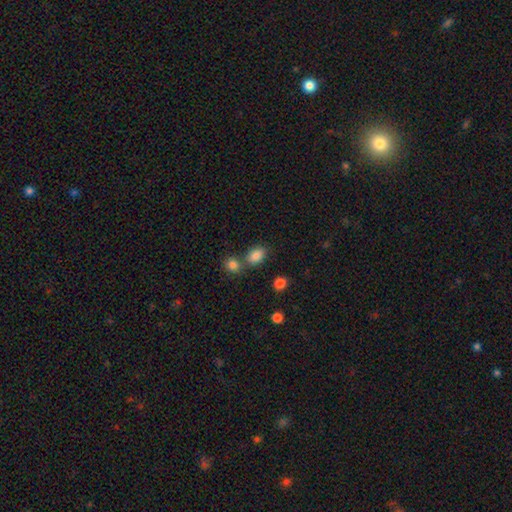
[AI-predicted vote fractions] A smooth galaxy with no disk features (85%) that is in between round and cigar-shaped (78%).

Vote fractions:
- Smooth or featured? smooth: 85% / star or artifact: 10% / featured or disk: 5%
- How rounded? in between: 78% / round: 20% / cigar-shaped: 1%
- Merging? none: 61% / merger: 24% / minor disturbance: 11% / major disturbance: 4%